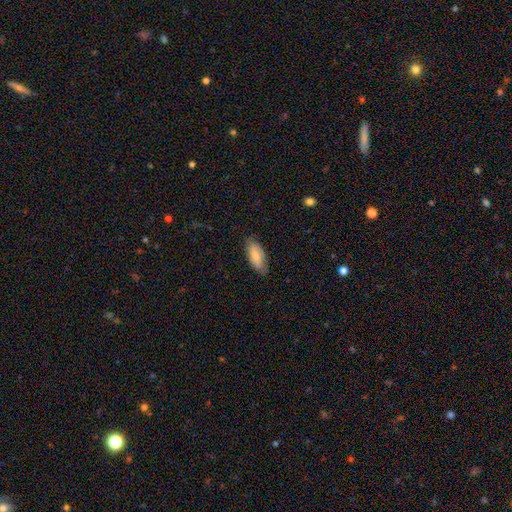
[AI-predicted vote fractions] Smooth or featured? Predicted: smooth (p=0.73). How rounded? Predicted: in between (p=0.85). Merging? Predicted: none (p=0.76).